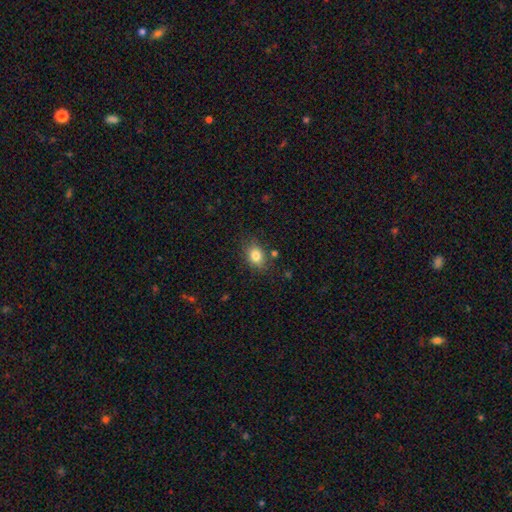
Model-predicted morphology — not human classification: smooth-or-featured: smooth: 82% | star or artifact: 10% | featured or disk: 8%
  how-rounded: in between: 64% | round: 35% | cigar-shaped: 1%
  merging: none: 78% | minor disturbance: 15% | merger: 4% | major disturbance: 4%